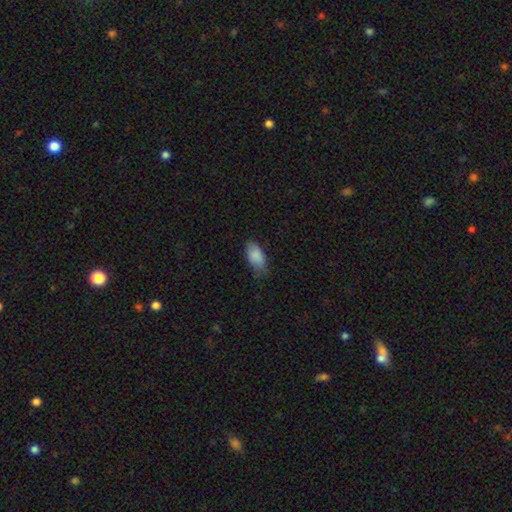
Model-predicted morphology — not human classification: Q: Smooth or featured?
A: smooth (87%); runner-up: featured or disk (7%)
Q: How rounded?
A: in between (93%); runner-up: cigar-shaped (5%)
Q: Merging?
A: none (70%); runner-up: minor disturbance (24%)